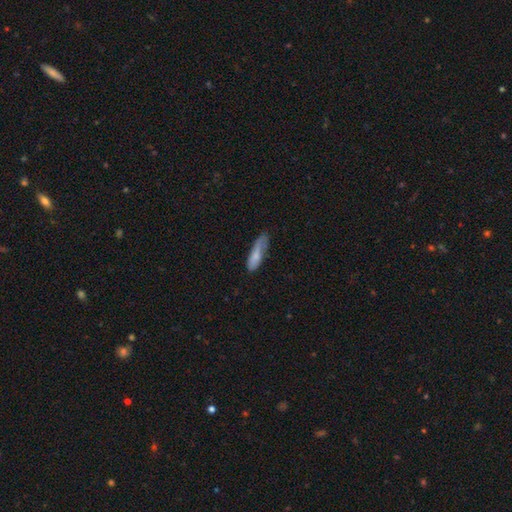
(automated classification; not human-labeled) This is likely a smooth galaxy (75%). How rounded: likely cigar-shaped (60%). Merging: marginally none (43%).